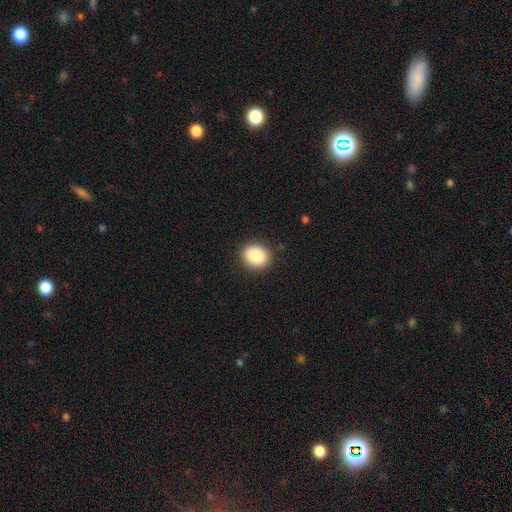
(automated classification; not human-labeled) Overall: smooth (89%). How rounded: round (62%; in between 37%). Merging: none (89%).